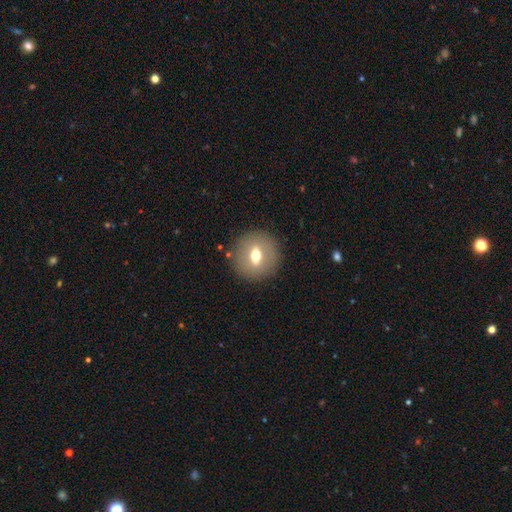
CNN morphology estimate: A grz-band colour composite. It shows a smooth galaxy with no disk features (57%) that is round (82%). Merging: none (88%).